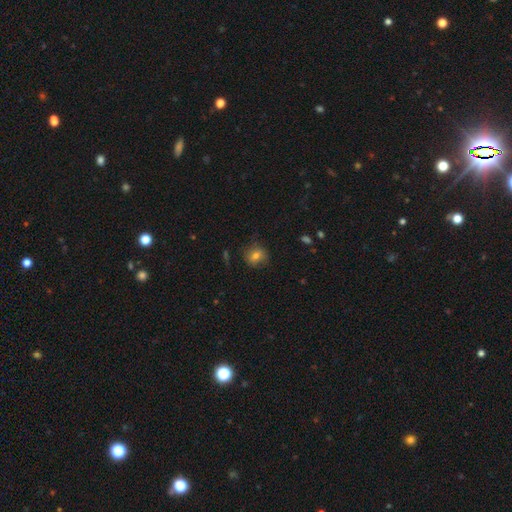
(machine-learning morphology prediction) Q: Smooth or featured?
A: smooth (73%); runner-up: featured or disk (15%)
Q: How rounded?
A: round (77%); runner-up: in between (22%)
Q: Merging?
A: none (76%); runner-up: minor disturbance (17%)